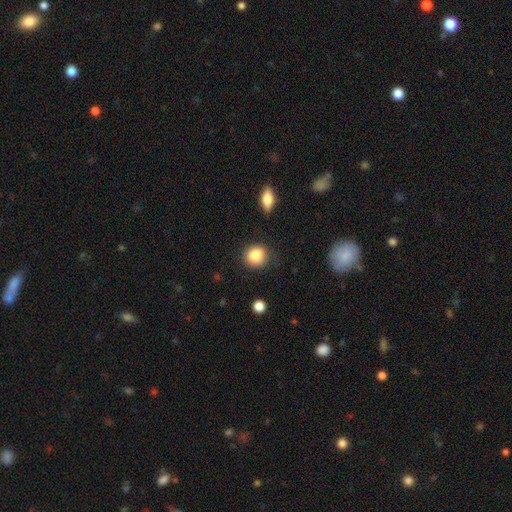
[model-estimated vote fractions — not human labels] Overall: smooth (84%). How rounded: round (84%). Merging: none (85%).